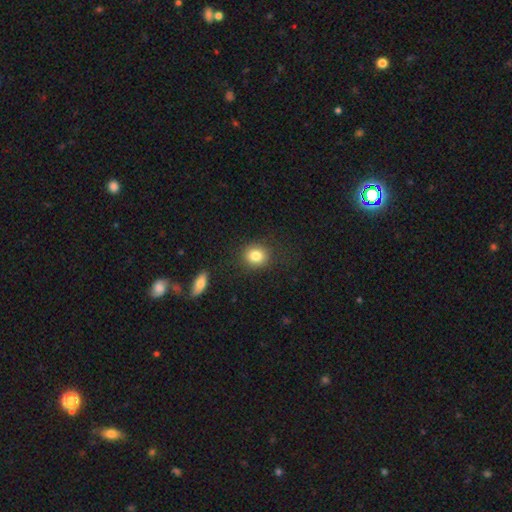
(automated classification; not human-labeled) A smooth galaxy with no disk features (83%) that is round (76%). Merging: none (84%).